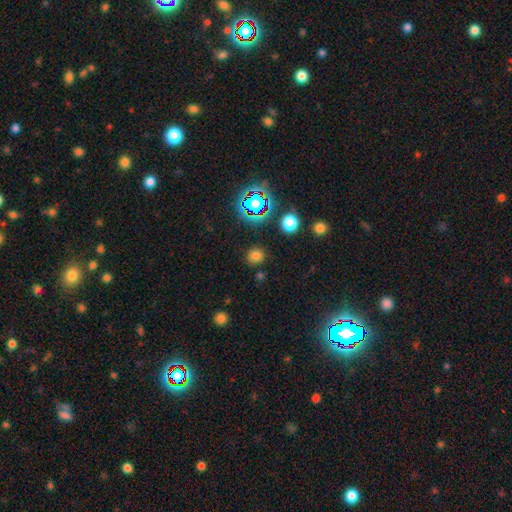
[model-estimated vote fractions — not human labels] The model was most divided on "smooth or featured": smooth: 71%, star or artifact: 22%, featured or disk: 6%. More confident: how rounded — round (88%); merging — none (85%).